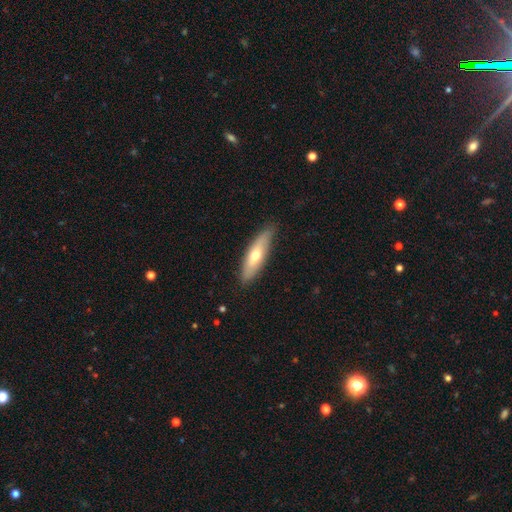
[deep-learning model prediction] A smooth galaxy with no disk features (58%) that is cigar-shaped (56%).

Vote fractions:
- Smooth or featured? smooth: 58% / featured or disk: 36% / star or artifact: 6%
- How rounded? cigar-shaped: 56% / in between: 42% / round: 2%
- Merging? none: 81% / minor disturbance: 15% / major disturbance: 3% / merger: 1%